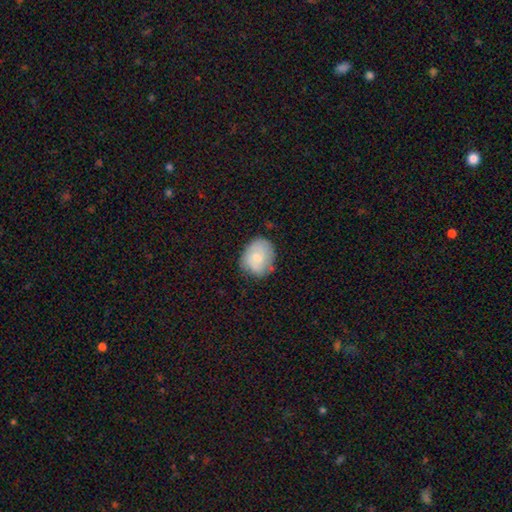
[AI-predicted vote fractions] smooth 70%, featured or disk 22%, star or artifact 8%. Down the decision tree: how rounded — in between (50%); merging — none (69%).